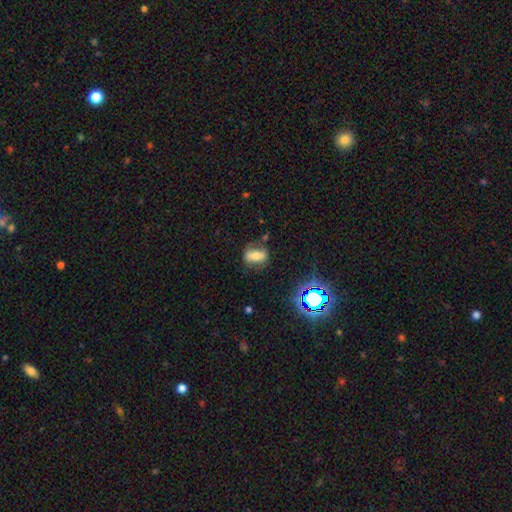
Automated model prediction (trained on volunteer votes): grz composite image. It shows a smooth galaxy with no disk features (59%) that is in between round and cigar-shaped (73%). Merging: none (67%).